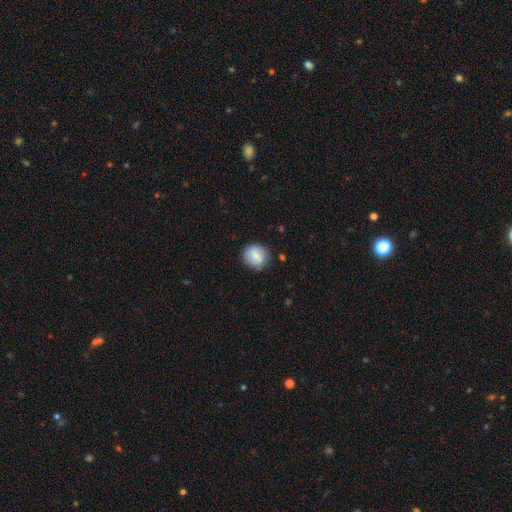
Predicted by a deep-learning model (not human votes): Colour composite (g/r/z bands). It shows a smooth galaxy with no disk features (75%) that is round (72%). Merging: none (79%).